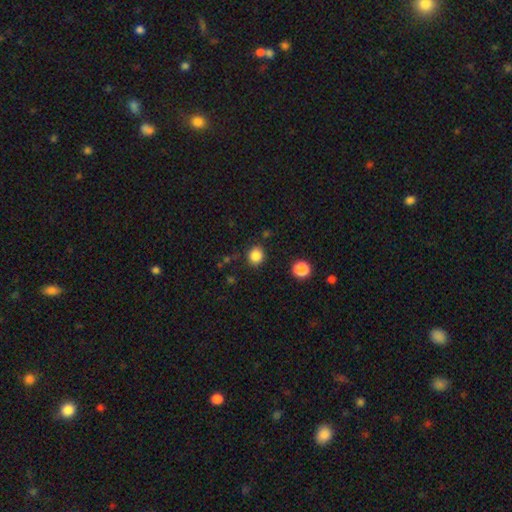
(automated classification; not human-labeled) Smooth or featured?
  - smooth: 85% *
  - star or artifact: 11%
  - featured or disk: 4%
How rounded?
  - round: 79% *
  - in between: 20%
  - cigar-shaped: 1%
Merging?
  - none: 85% *
  - minor disturbance: 10%
  - major disturbance: 3%
  - merger: 3%